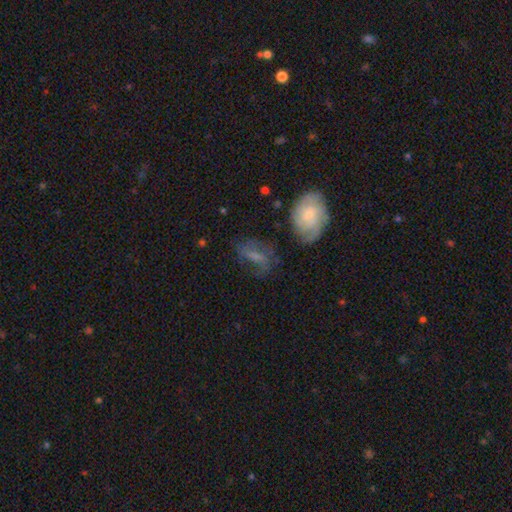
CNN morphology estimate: smooth-or-featured: featured or disk: 47% | smooth: 39% | star or artifact: 13%
  merging: none: 54% | minor disturbance: 22% | major disturbance: 19% | merger: 5%